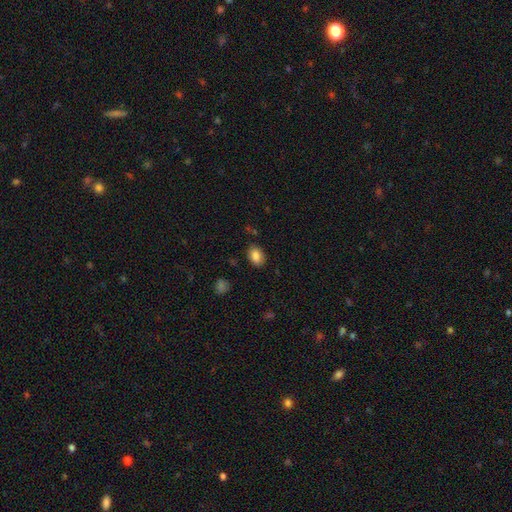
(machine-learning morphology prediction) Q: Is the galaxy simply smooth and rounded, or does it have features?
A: smooth — 84%.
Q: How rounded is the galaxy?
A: in between — 77%.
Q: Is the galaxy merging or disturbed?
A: none — 83%.